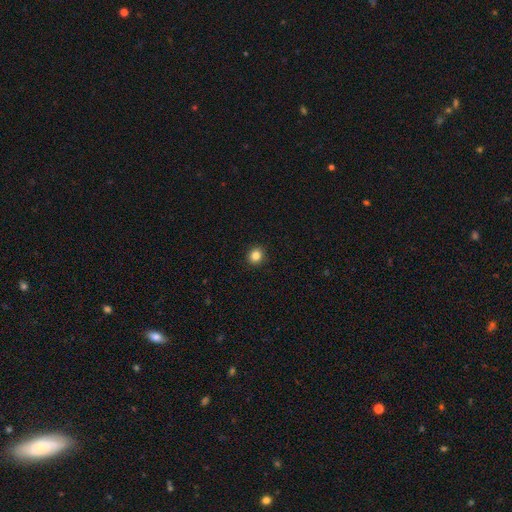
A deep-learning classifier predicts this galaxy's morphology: smooth-or-featured: smooth: 84% | star or artifact: 11% | featured or disk: 5%
  how-rounded: round: 85% | in between: 14% | cigar-shaped: 1%
  merging: none: 93% | minor disturbance: 5% | major disturbance: 2% | merger: 1%